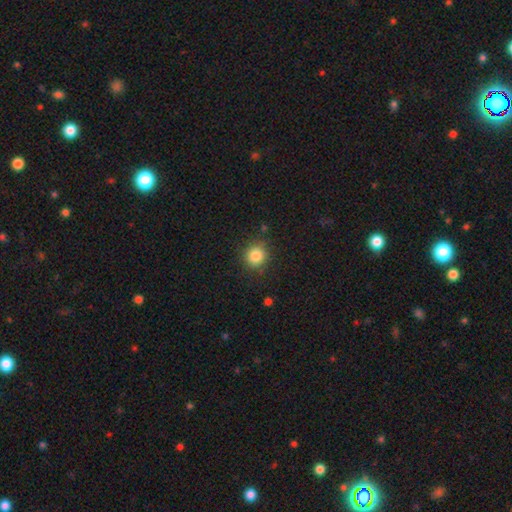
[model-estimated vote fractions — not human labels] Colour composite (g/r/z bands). It shows a smooth galaxy with no disk features (84%) that is round (89%). Merging: none (85%).